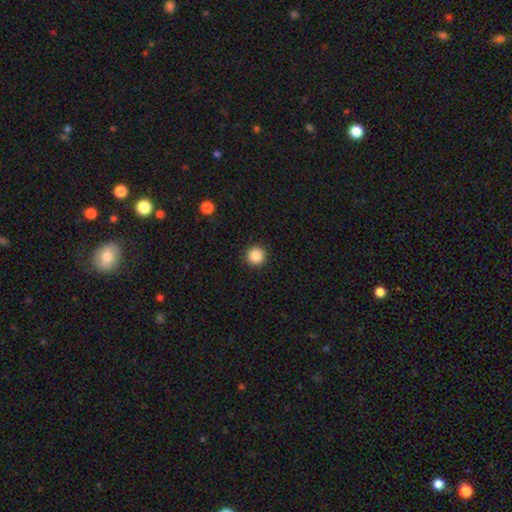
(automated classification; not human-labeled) Smooth or featured? Predicted: smooth (p=0.88). How rounded? Predicted: round (p=0.96). Merging? Predicted: none (p=0.93).